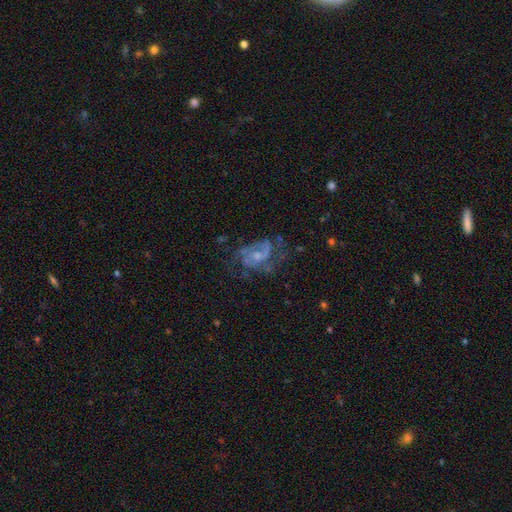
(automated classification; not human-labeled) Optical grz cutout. It shows a featured or disk galaxy (77%) with no bar (64%), 2 (50%) medium (47%) spiral arms (84%) and a small central bulge (50%). Merging: none (49%).